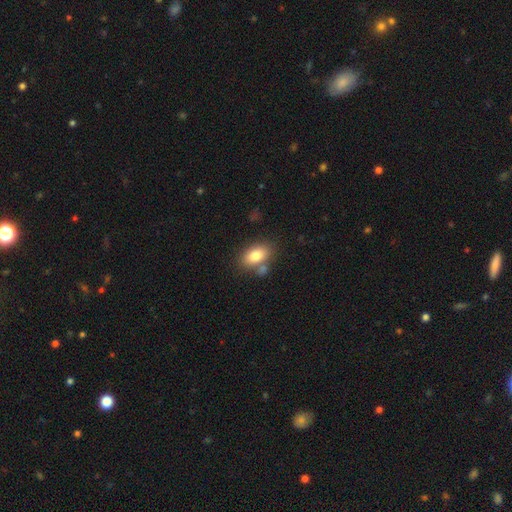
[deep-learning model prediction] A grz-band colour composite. It shows a smooth galaxy with no disk features (80%) that is in between round and cigar-shaped (88%). Merging: none (65%).